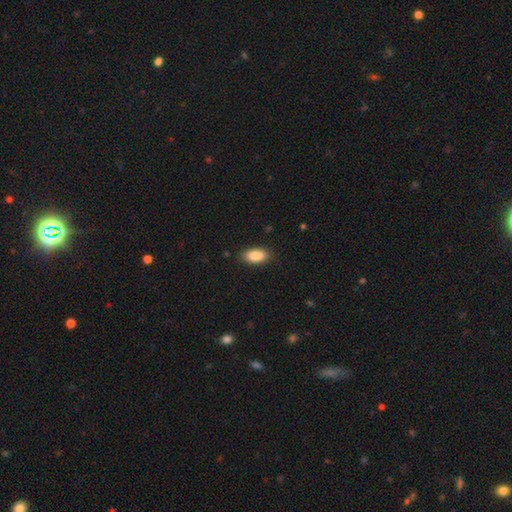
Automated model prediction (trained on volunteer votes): A smooth galaxy with no disk features (88%) that is in between round and cigar-shaped (92%). Merging: none (86%).